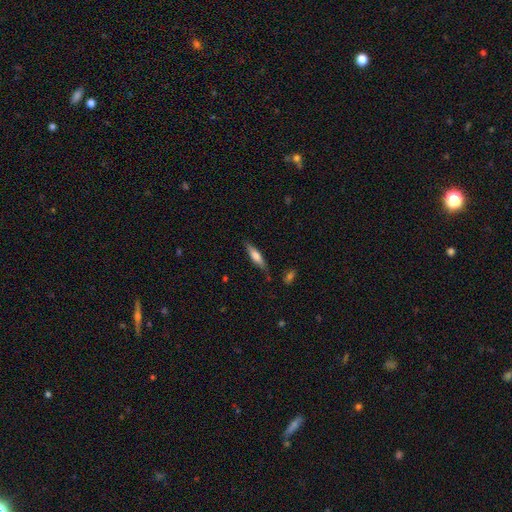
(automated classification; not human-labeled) Smooth or featured? Predicted: smooth (p=0.59). How rounded? Predicted: cigar-shaped (p=0.77). Merging? Predicted: none (p=0.82).